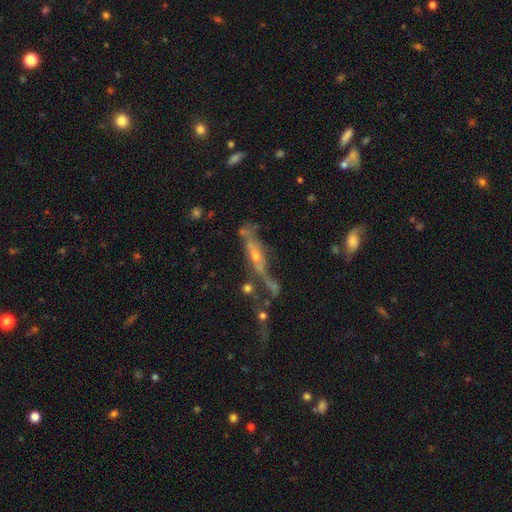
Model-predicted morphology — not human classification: A featured or disk galaxy (65%) viewed edge-on (63%). Merging: none (32%).